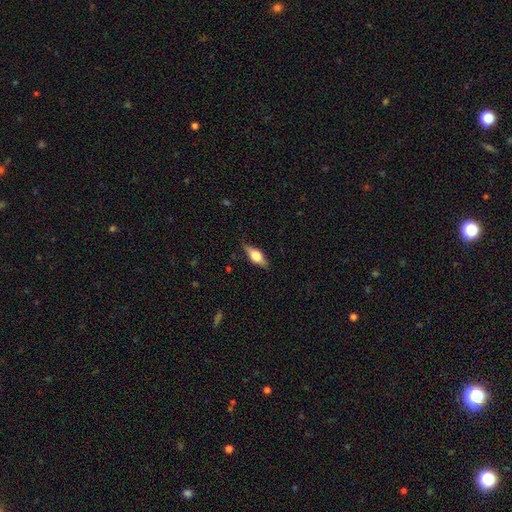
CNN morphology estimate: Smooth or featured?
  - smooth: 49% *
  - featured or disk: 44%
  - star or artifact: 7%
Merging?
  - none: 82% *
  - minor disturbance: 14%
  - major disturbance: 3%
  - merger: 1%